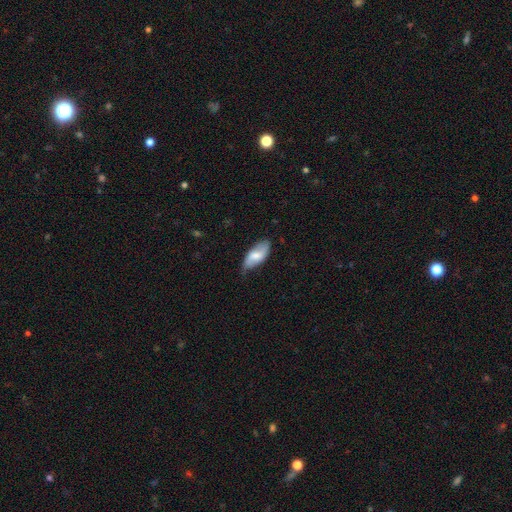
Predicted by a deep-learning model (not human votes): A smooth galaxy with no disk features (58%) that is in between round and cigar-shaped (87%).

Vote fractions:
- Smooth or featured? smooth: 58% / featured or disk: 36% / star or artifact: 6%
- How rounded? in between: 87% / cigar-shaped: 10% / round: 3%
- Merging? none: 67% / minor disturbance: 27% / major disturbance: 5% / merger: 1%